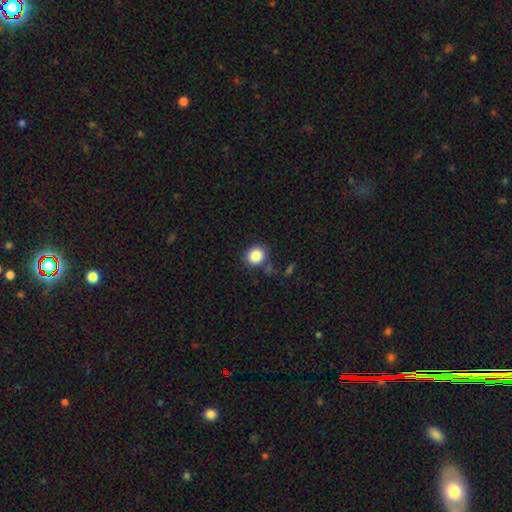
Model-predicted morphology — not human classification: Smooth or featured? Predicted: smooth (p=0.86). How rounded? Predicted: round (p=0.78). Merging? Predicted: none (p=0.81).